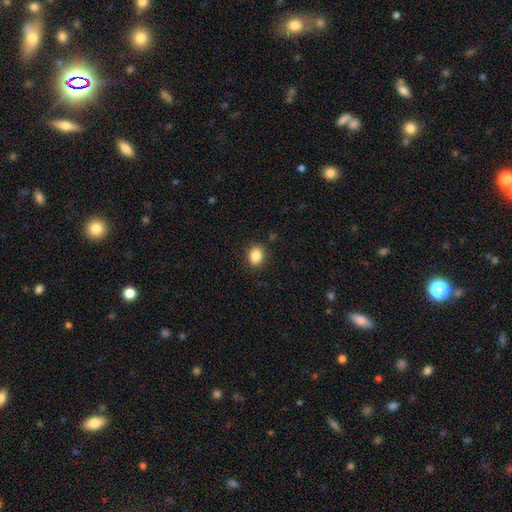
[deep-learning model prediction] This is clearly a smooth galaxy (86%). How rounded: likely in between (60%). Merging: clearly none (88%).